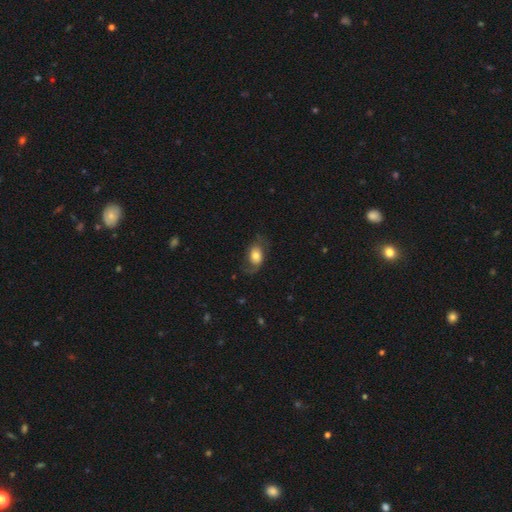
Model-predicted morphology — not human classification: A smooth galaxy with no disk features (58%) that is in between round and cigar-shaped (76%). Merging: none (58%).